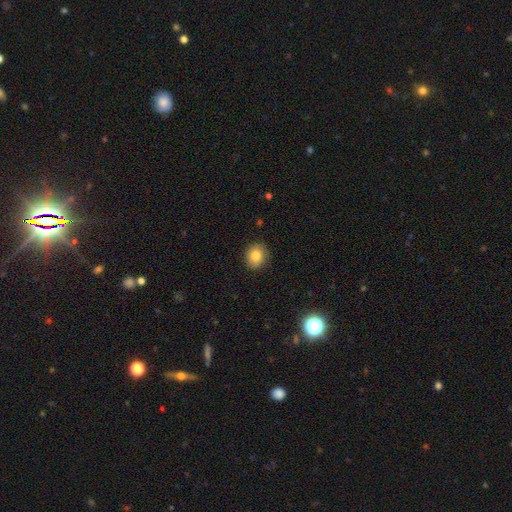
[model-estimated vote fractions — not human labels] This appears to be a smooth galaxy with no disk features (82%) that is round (78%). Merging: none (84%).